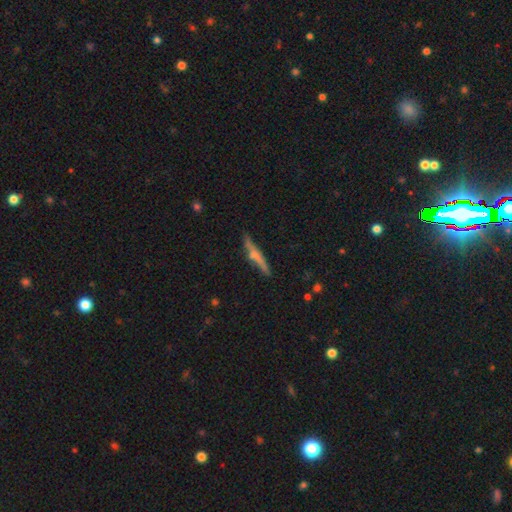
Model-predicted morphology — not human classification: This appears to be a featured or disk galaxy (47%). Merging: none (71%).